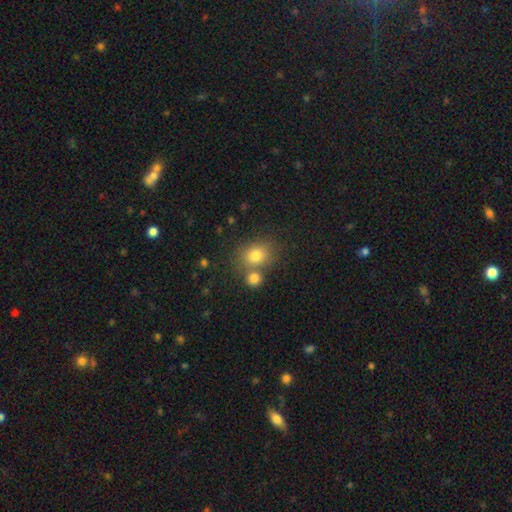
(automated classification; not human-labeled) smooth-or-featured: smooth: 78% | star or artifact: 12% | featured or disk: 9%
  how-rounded: round: 65% | in between: 34% | cigar-shaped: 1%
  merging: none: 57% | merger: 29% | minor disturbance: 10% | major disturbance: 4%